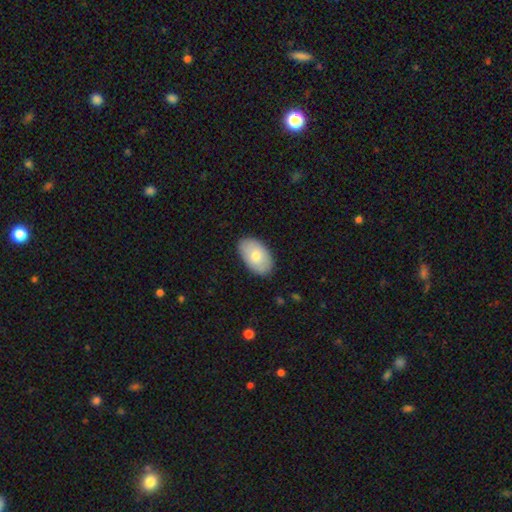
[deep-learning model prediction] A smooth galaxy with no disk features (74%) that is in between round and cigar-shaped (93%). Merging: none (86%).